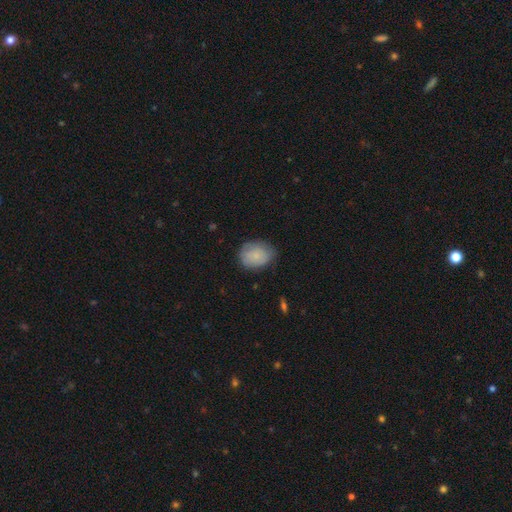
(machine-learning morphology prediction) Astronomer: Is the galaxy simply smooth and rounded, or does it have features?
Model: smooth — 75%.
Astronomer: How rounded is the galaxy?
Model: in between — 57% (runner-up: round, 42%).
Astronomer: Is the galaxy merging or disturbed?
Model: none — 65%.